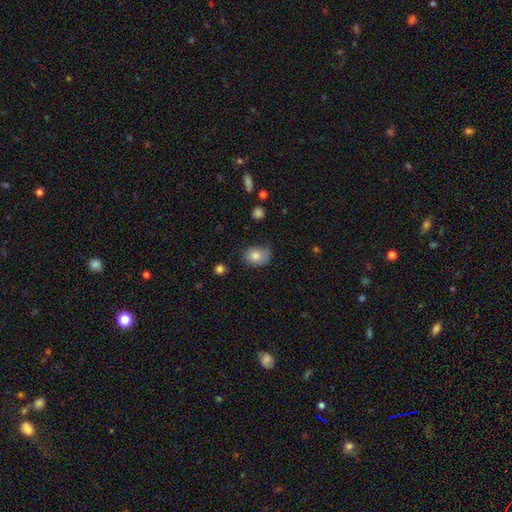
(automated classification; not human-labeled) Overall: smooth (78%). How rounded: in between (54%; round 45%). Merging: none (56%; minor disturbance 32%).